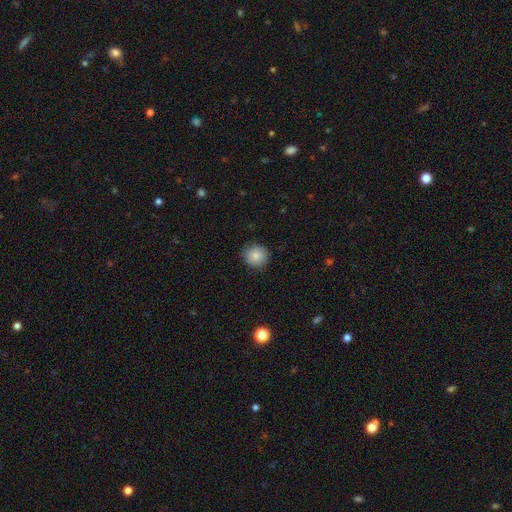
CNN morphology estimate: smooth 85%, star or artifact 9%, featured or disk 6%. Down the decision tree: how rounded — round (92%); merging — none (86%).